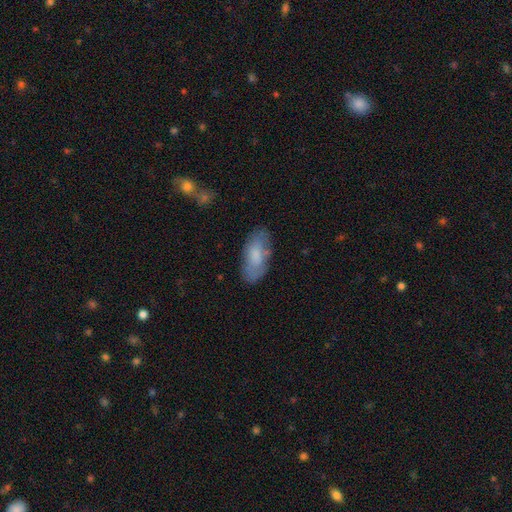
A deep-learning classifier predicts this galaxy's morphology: Smooth or featured?
  - smooth: 68% *
  - featured or disk: 25%
  - star or artifact: 7%
How rounded?
  - in between: 88% *
  - cigar-shaped: 9%
  - round: 2%
Merging?
  - none: 73% *
  - minor disturbance: 20%
  - major disturbance: 5%
  - merger: 2%